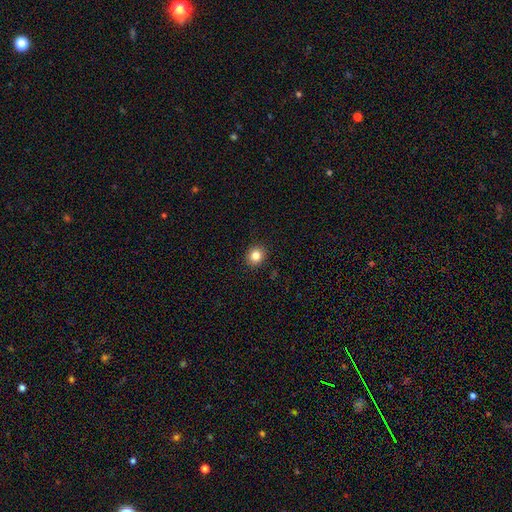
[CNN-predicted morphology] smooth 83%, star or artifact 11%, featured or disk 6%. Down the decision tree: how rounded — round (82%); merging — none (92%).